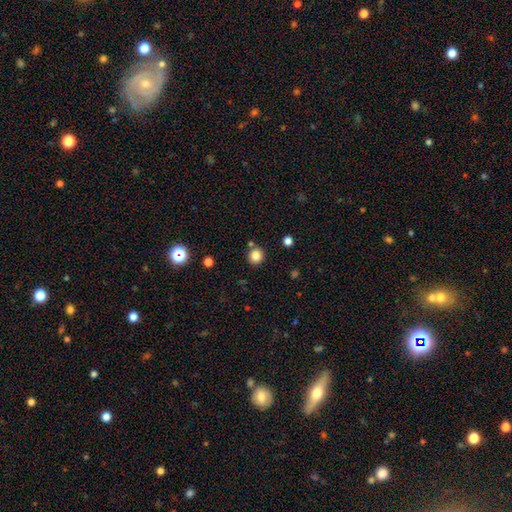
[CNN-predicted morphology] The model was most divided on "smooth or featured": smooth: 82%, star or artifact: 12%, featured or disk: 5%. More confident: how rounded — round (93%); merging — none (83%).